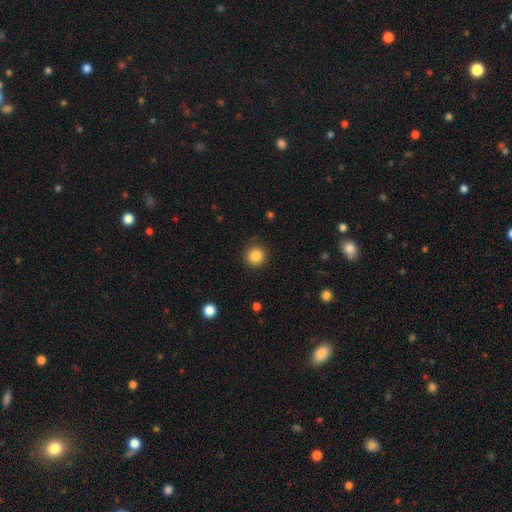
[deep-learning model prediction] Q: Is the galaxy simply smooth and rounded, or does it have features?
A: smooth — 86%.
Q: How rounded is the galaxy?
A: round — 93%.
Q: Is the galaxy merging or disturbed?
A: none — 86%.